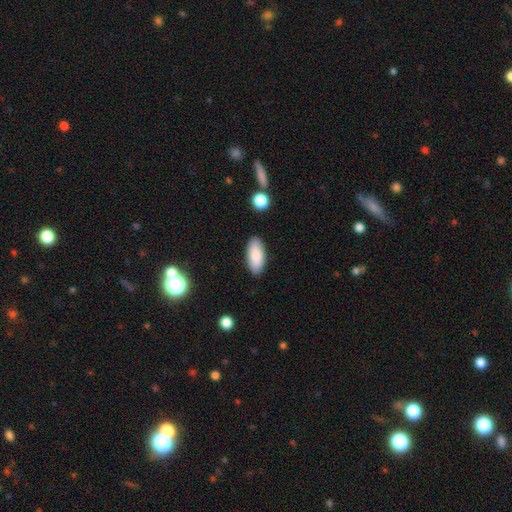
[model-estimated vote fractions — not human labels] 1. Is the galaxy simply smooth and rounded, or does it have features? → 87% smooth, 7% featured or disk, 6% star or artifact.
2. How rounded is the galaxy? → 87% in between, 11% cigar-shaped, 2% round.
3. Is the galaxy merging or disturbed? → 88% none, 9% minor disturbance, 2% major disturbance, 2% merger.